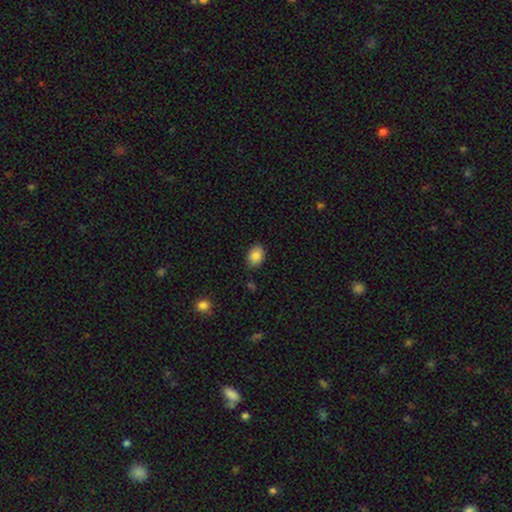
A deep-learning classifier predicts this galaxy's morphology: smooth 87%, star or artifact 8%, featured or disk 5%. Down the decision tree: how rounded — in between (75%); merging — none (84%).